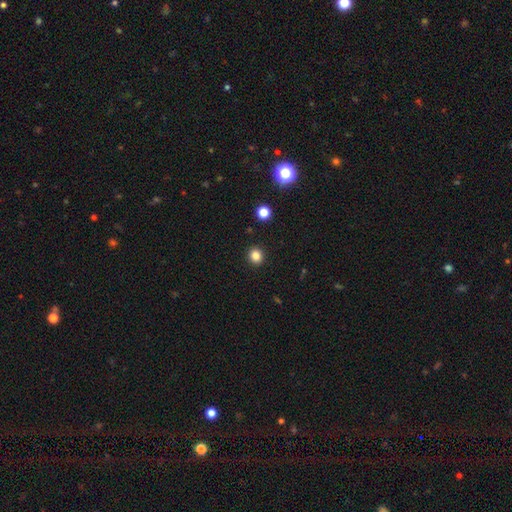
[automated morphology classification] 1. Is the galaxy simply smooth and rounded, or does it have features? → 83% smooth, 13% star or artifact, 4% featured or disk.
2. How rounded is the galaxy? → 84% round, 15% in between, 1% cigar-shaped.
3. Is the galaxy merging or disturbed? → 92% none, 5% minor disturbance, 2% major disturbance, 1% merger.